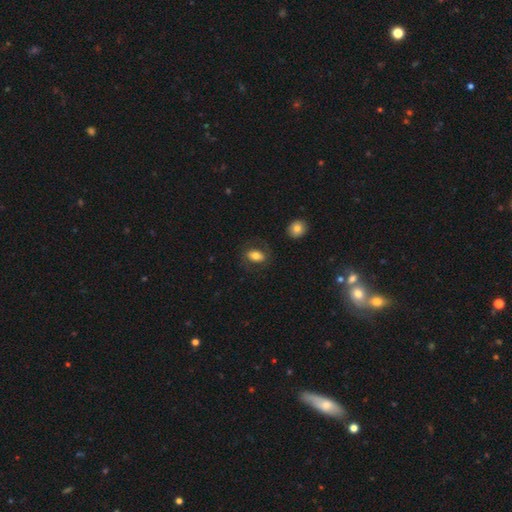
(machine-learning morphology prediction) smooth 65%, featured or disk 27%, star or artifact 8%. Down the decision tree: how rounded — in between (82%); merging — none (75%).